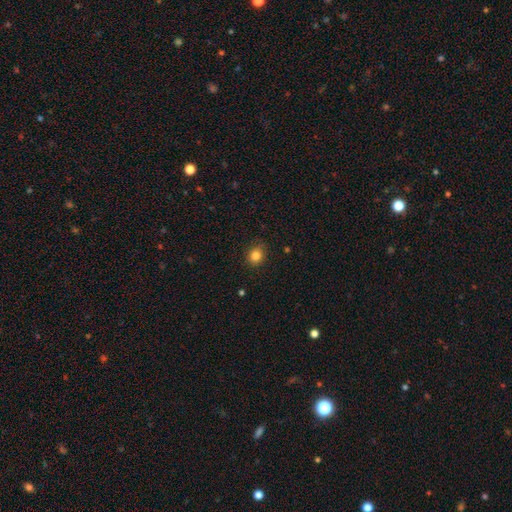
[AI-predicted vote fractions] Smooth or featured?
  - smooth: 84% *
  - star or artifact: 11%
  - featured or disk: 5%
How rounded?
  - round: 73% *
  - in between: 27%
  - cigar-shaped: 1%
Merging?
  - none: 85% *
  - minor disturbance: 11%
  - major disturbance: 3%
  - merger: 1%